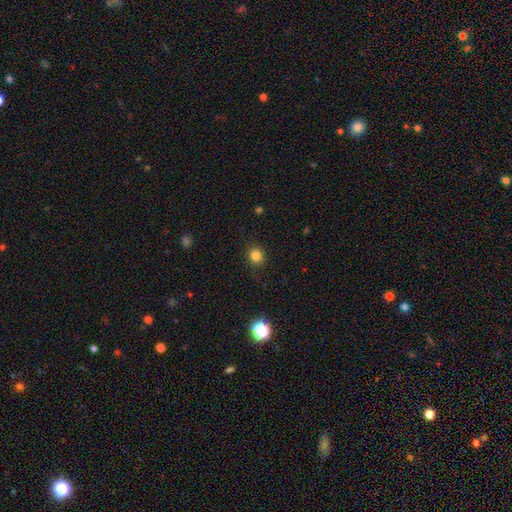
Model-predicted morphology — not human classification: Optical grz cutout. It shows a smooth galaxy with no disk features (82%) that is round (85%). Merging: none (88%).